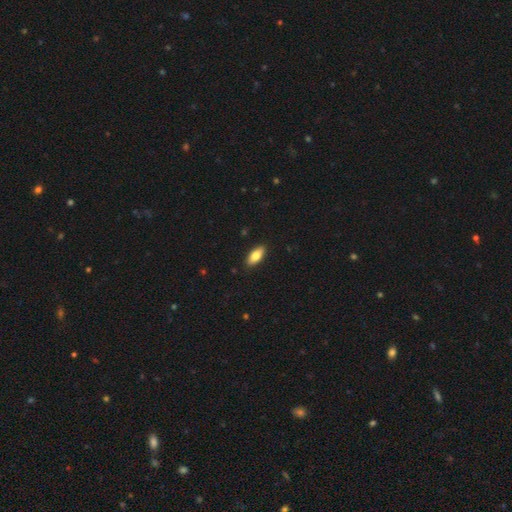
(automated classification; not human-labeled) Morphology: type=smooth (80%); roundness=in between (85%); merging=none (89%).